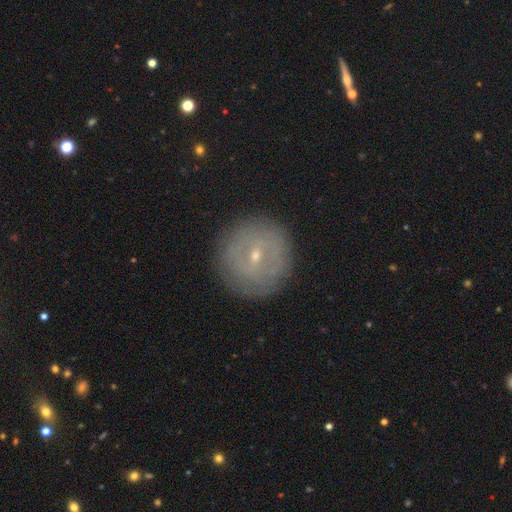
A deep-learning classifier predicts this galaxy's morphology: Smooth or featured: featured or disk — 59% (smooth — 31%)
Edge-on disk: no — 94% (yes — 6%)
Bar: weak — 51% (no — 25%)
Spiral arms: no — 60% (yes — 40%)
Bulge size: small — 73% (moderate — 24%)
Merging: none — 87% (minor disturbance — 9%)